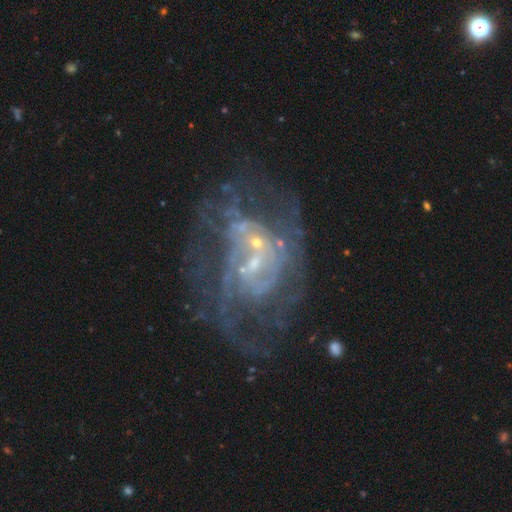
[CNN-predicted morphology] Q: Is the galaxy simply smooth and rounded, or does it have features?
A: featured or disk — 81%.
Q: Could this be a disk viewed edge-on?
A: no — 97%.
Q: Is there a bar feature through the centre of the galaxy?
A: no — 60%.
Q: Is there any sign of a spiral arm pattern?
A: yes — 74%.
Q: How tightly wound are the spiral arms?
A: tight — 43%.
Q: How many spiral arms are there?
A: can't tell — 45%.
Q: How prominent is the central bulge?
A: small — 67%.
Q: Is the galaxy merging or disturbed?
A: none — 36%.